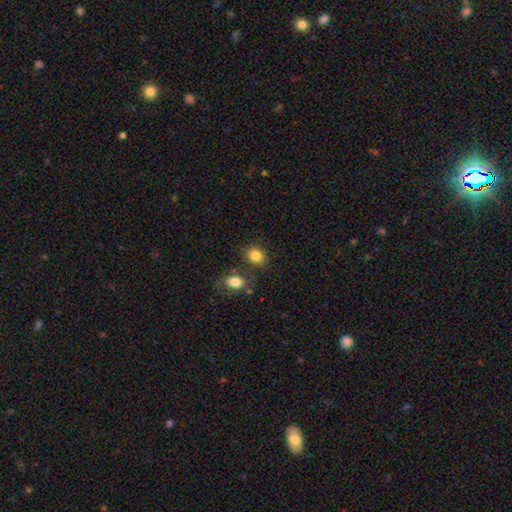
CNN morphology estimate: Smooth or featured?
  - smooth: 83% *
  - star or artifact: 10%
  - featured or disk: 7%
How rounded?
  - in between: 51% *
  - round: 48%
  - cigar-shaped: 1%
Merging?
  - none: 70% *
  - merger: 14%
  - minor disturbance: 12%
  - major disturbance: 4%